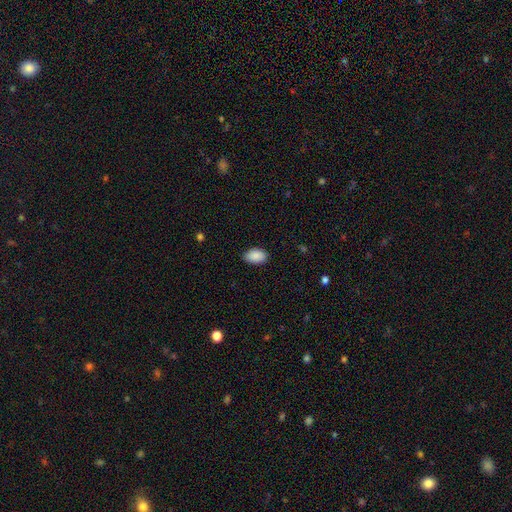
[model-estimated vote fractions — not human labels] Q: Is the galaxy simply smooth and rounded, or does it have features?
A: smooth — 90%.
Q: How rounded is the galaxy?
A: in between — 92%.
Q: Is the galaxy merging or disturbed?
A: none — 83%.